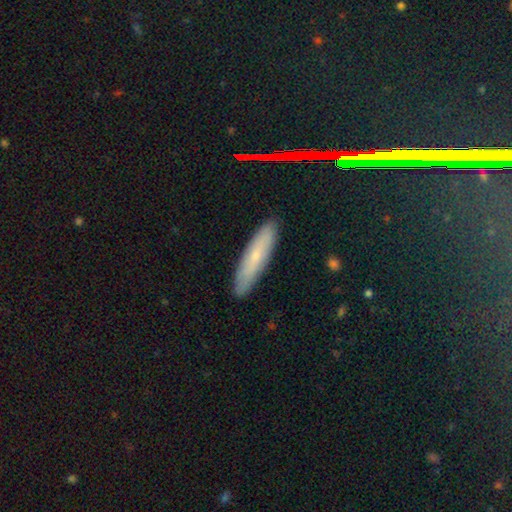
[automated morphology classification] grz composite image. It shows a smooth galaxy with no disk features (61%) that is cigar-shaped (83%). Merging: none (88%).